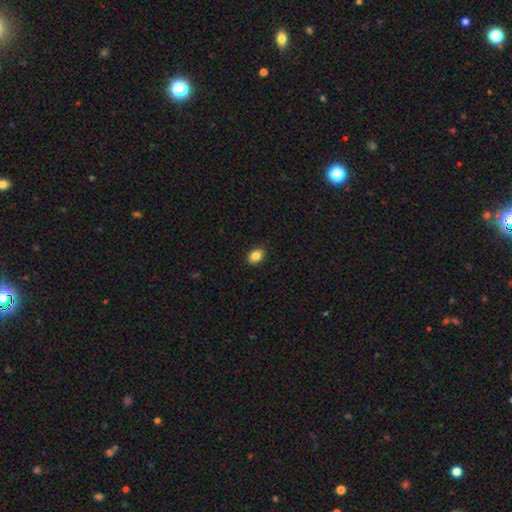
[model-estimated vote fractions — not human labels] Morphology: type=smooth (86%); roundness=in between (69%); merging=none (90%).